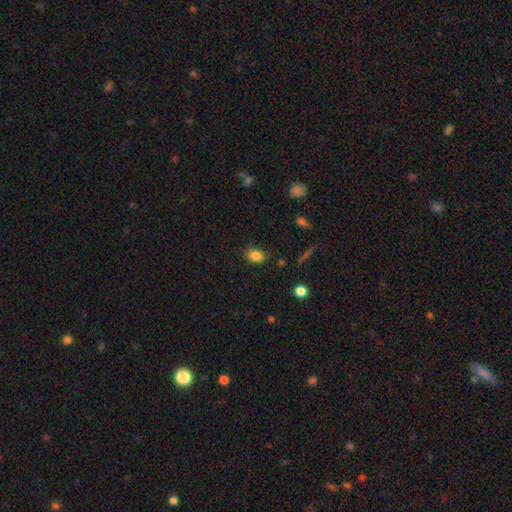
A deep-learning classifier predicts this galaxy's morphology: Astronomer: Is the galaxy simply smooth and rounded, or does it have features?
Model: smooth — 83%.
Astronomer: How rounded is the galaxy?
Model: in between — 67%.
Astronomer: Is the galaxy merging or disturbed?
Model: none — 79%.